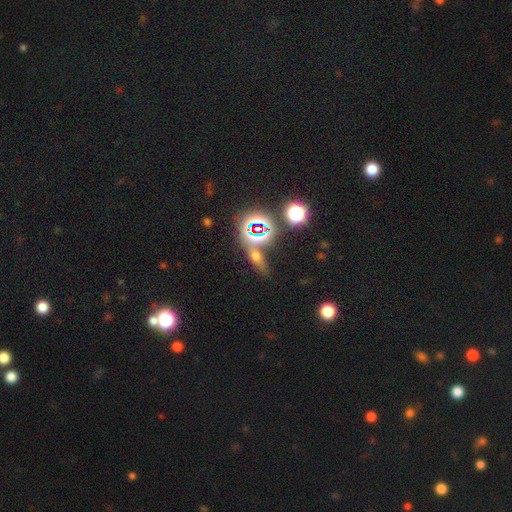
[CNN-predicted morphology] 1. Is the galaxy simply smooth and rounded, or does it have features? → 43% smooth, 39% star or artifact, 18% featured or disk.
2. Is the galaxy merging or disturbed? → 60% none, 21% merger, 12% minor disturbance, 7% major disturbance.